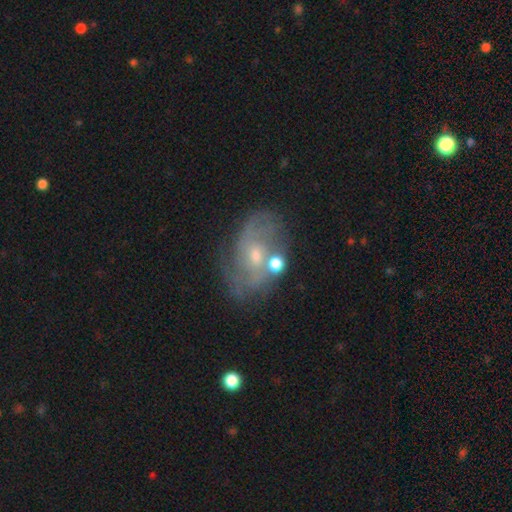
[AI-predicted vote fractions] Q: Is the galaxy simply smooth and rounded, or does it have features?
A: featured or disk — 68%.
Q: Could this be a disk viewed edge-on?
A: no — 96%.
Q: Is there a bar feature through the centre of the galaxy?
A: no — 56%.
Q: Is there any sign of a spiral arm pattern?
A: yes — 80%.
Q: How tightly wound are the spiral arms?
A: medium — 42%.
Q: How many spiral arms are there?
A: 2 — 49%.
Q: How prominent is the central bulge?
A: small — 57%.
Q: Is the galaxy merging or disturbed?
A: none — 63%.